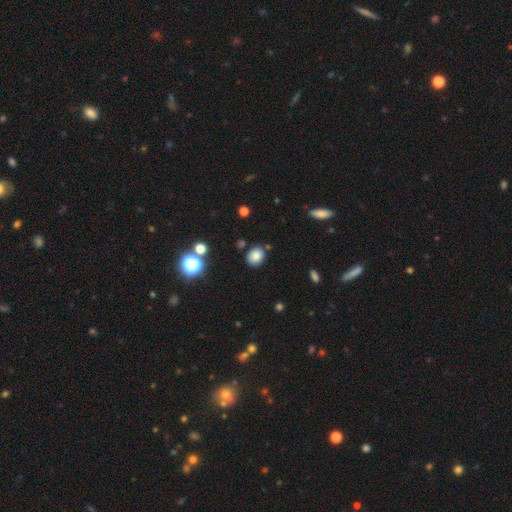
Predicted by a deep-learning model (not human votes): This appears to be a smooth galaxy with no disk features (81%) that is round (57%). Merging: none (82%).